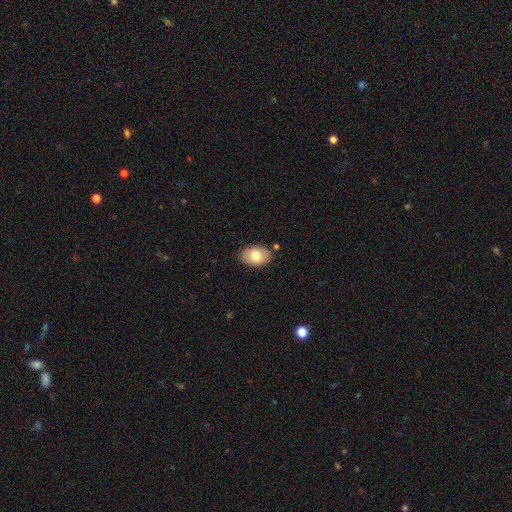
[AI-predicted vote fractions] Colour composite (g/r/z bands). It shows a smooth galaxy with no disk features (76%) that is in between round and cigar-shaped (85%). Merging: none (85%).